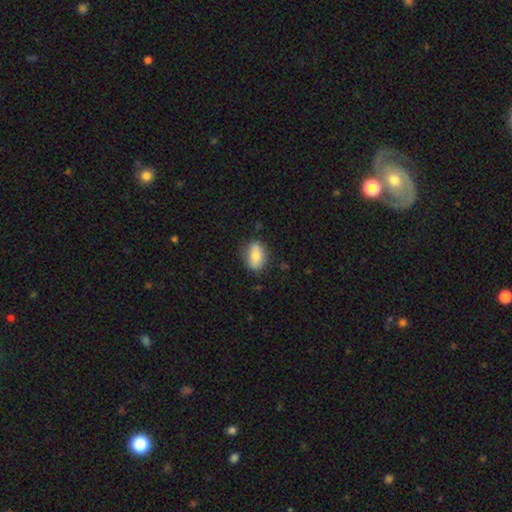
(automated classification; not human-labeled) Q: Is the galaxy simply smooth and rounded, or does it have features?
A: smooth — 76%.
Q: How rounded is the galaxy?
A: in between — 84%.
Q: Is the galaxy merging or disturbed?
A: none — 80%.